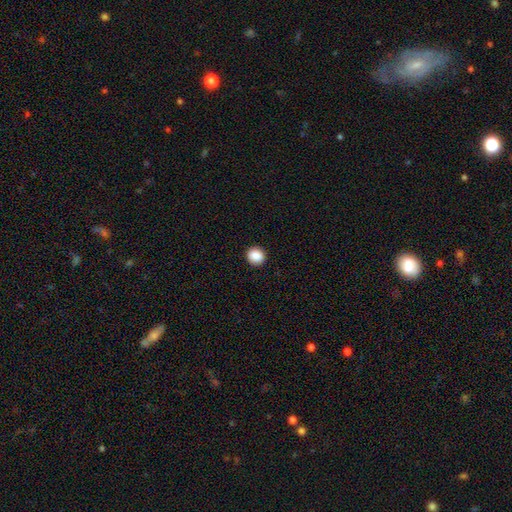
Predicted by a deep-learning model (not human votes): Smooth or featured? Predicted: smooth (p=0.88). How rounded? Predicted: round (p=0.86). Merging? Predicted: none (p=0.92).